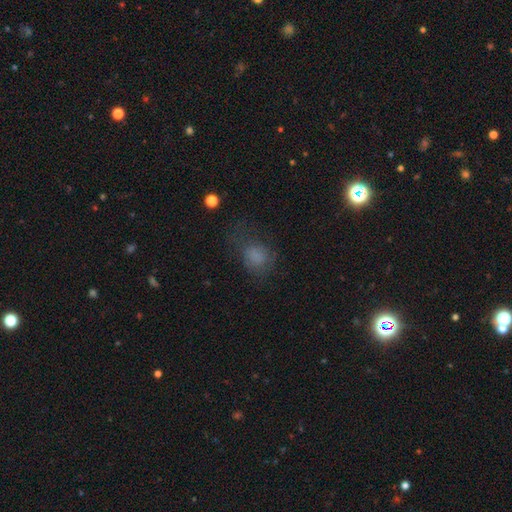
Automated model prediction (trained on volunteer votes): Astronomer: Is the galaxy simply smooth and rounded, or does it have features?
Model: smooth — 72%.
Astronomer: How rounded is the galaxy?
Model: round — 54% (runner-up: in between, 44%).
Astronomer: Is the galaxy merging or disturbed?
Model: none — 49% (runner-up: major disturbance, 25%).